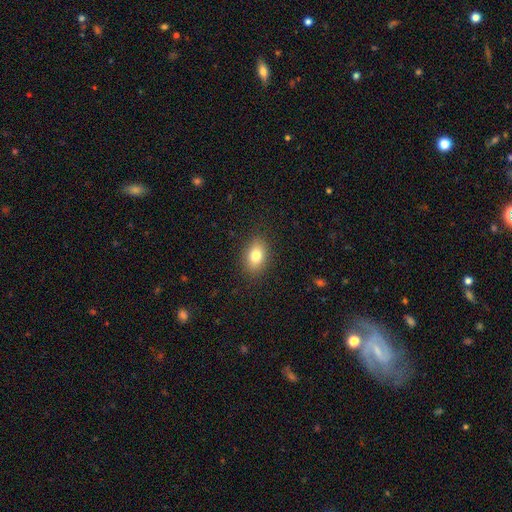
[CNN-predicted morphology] This is likely a smooth galaxy (80%). How rounded: clearly in between (80%). Merging: clearly none (88%).